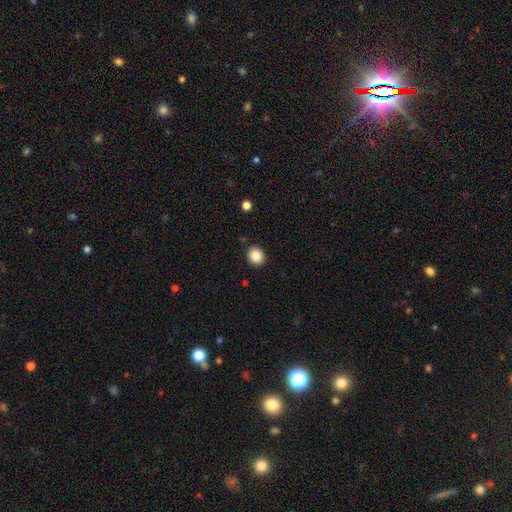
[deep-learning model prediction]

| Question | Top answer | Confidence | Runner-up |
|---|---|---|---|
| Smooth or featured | smooth | 86% | star or artifact (9%) |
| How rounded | round | 67% | in between (32%) |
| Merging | none | 90% | minor disturbance (7%) |